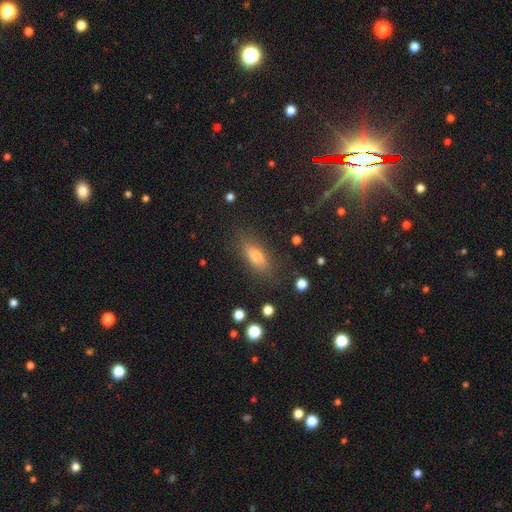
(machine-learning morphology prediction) This is likely a smooth galaxy (69%). How rounded: likely in between (66%). Merging: clearly none (81%).